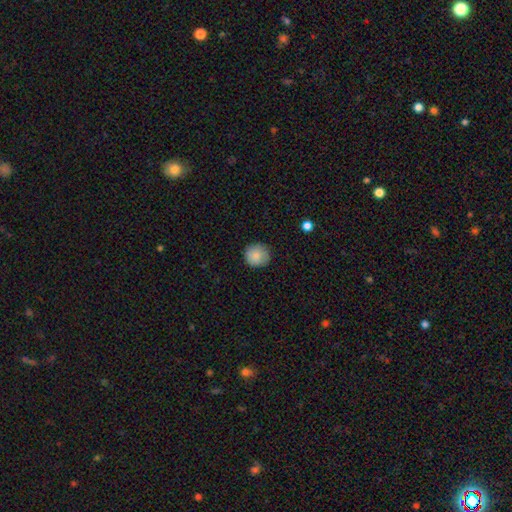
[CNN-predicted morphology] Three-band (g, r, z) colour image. It shows a smooth galaxy with no disk features (85%) that is round (93%). Merging: none (86%).